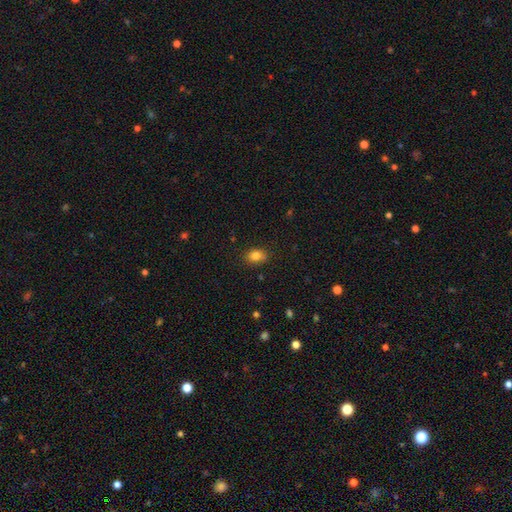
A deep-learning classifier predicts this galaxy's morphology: A smooth galaxy with no disk features (82%) that is in between round and cigar-shaped (71%). Merging: none (83%).